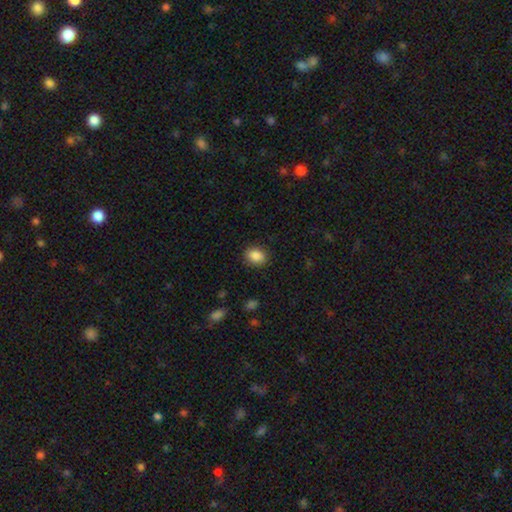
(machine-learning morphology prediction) smooth-or-featured: smooth: 88% | star or artifact: 8% | featured or disk: 4%
  how-rounded: in between: 62% | round: 36% | cigar-shaped: 1%
  merging: none: 88% | minor disturbance: 9% | major disturbance: 2% | merger: 1%